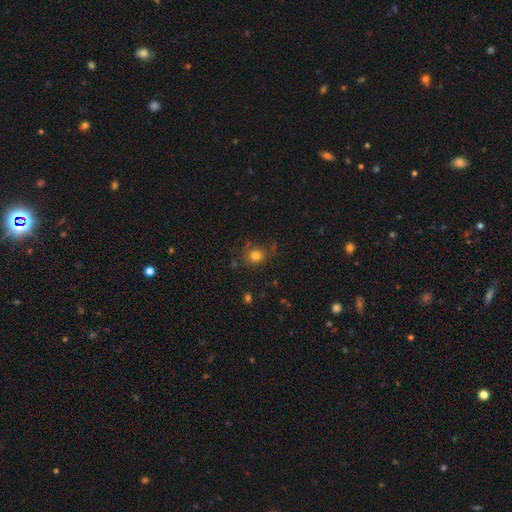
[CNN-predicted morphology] Smooth or featured? smooth (78%)
How rounded? round (81%)
Merging? none (75%)